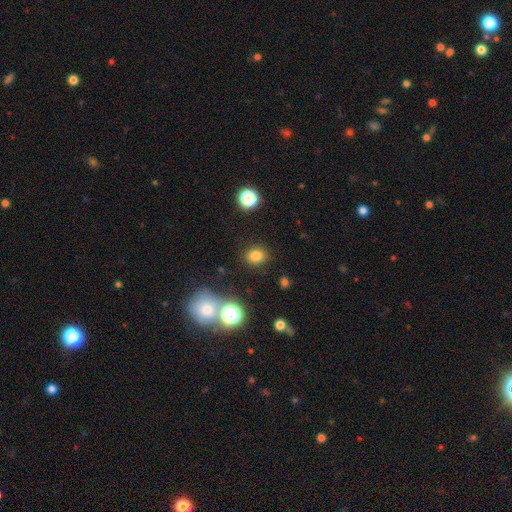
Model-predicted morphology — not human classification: Smooth or featured? smooth (80%)
How rounded? round (64%)
Merging? none (87%)